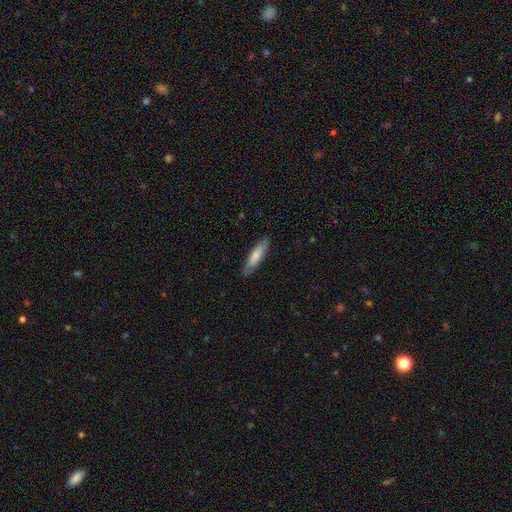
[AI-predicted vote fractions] smooth 73%, featured or disk 21%, star or artifact 5%. Down the decision tree: how rounded — cigar-shaped (76%); merging — none (85%).